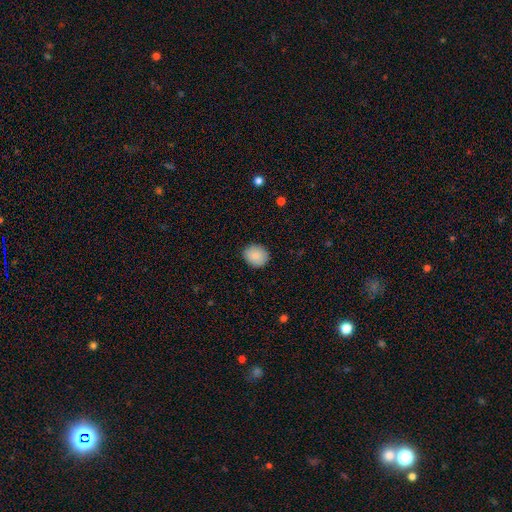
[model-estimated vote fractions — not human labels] Smooth or featured? Predicted: smooth (p=0.86). How rounded? Predicted: round (p=0.75). Merging? Predicted: none (p=0.88).